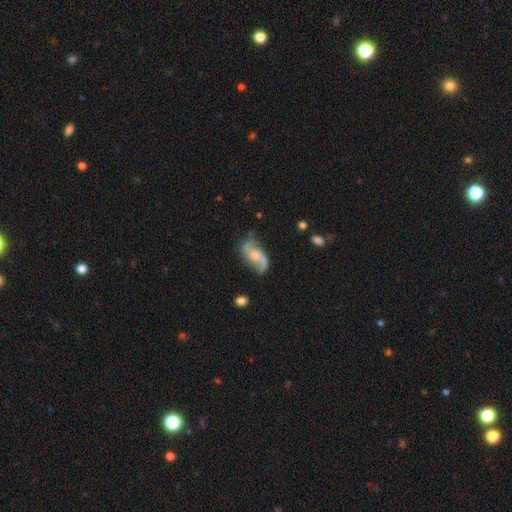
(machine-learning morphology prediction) smooth-or-featured: featured or disk: 74% | smooth: 20% | star or artifact: 7%
  disk-edge-on: no: 95% | yes: 5%
    bar: no: 59% | weak: 33% | strong: 7%
    has-spiral-arms: yes: 89% | no: 11%
      spiral-winding: loose: 70% | medium: 24% | tight: 6%
      spiral-arm-count: 2: 84% | 1: 7% | can't tell: 6% | 3: 1% | 4: 1% | more than 4: 1%
    bulge-size: moderate: 47% | small: 39% | none: 8% | large: 5% | dominant: 1%
  merging: none: 53% | minor disturbance: 25% | major disturbance: 16% | merger: 7%